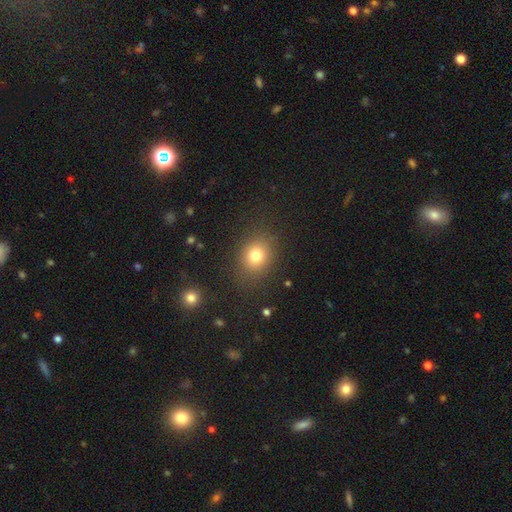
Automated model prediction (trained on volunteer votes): Overall: smooth (78%). How rounded: round (57%; in between 42%). Merging: none (83%).